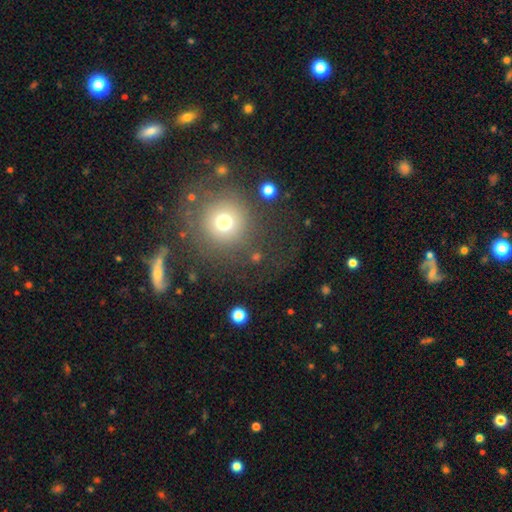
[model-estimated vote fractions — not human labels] smooth-or-featured: smooth: 62% | star or artifact: 21% | featured or disk: 16%
  how-rounded: round: 92% | in between: 7% | cigar-shaped: 1%
  merging: none: 70% | minor disturbance: 13% | major disturbance: 12% | merger: 5%